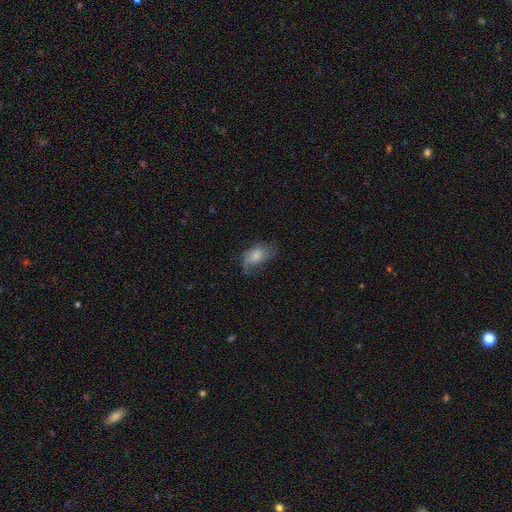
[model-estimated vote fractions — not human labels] Smooth or featured? smooth (57%)
How rounded? in between (89%)
Merging? none (46%)